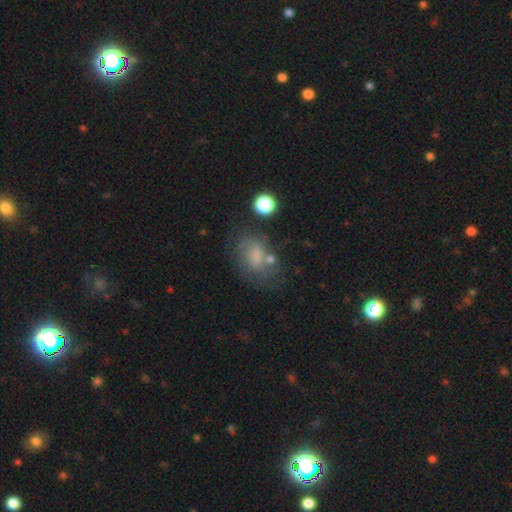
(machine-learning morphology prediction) The model was most divided on "merging": none: 45%, minor disturbance: 24%, major disturbance: 20%, merger: 11%. More confident: how rounded — in between (75%); smooth or featured — smooth (57%).